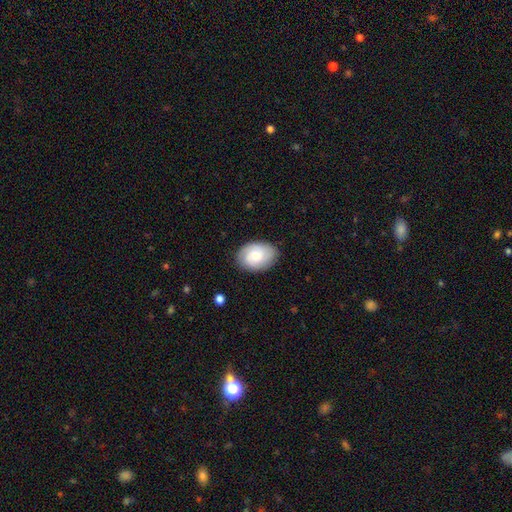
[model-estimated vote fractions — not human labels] Overall: smooth (62%; featured or disk 32%). How rounded: in between (78%). Merging: none (82%).